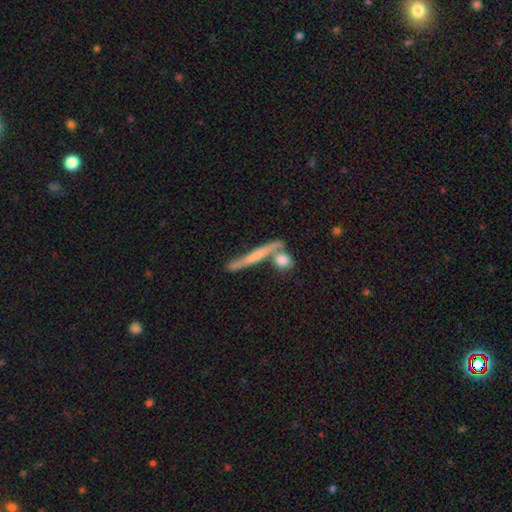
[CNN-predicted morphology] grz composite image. It shows a featured or disk galaxy (50%) viewed edge-on (87%). Merging: none (65%).